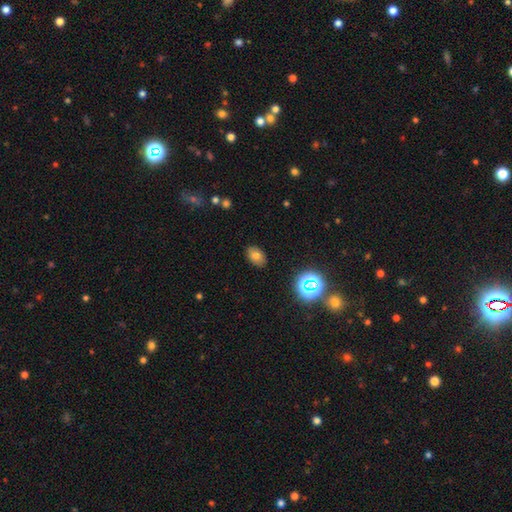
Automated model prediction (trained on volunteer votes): Q: Smooth or featured?
A: smooth (73%); runner-up: star or artifact (16%)
Q: How rounded?
A: in between (83%); runner-up: round (16%)
Q: Merging?
A: none (87%); runner-up: minor disturbance (9%)